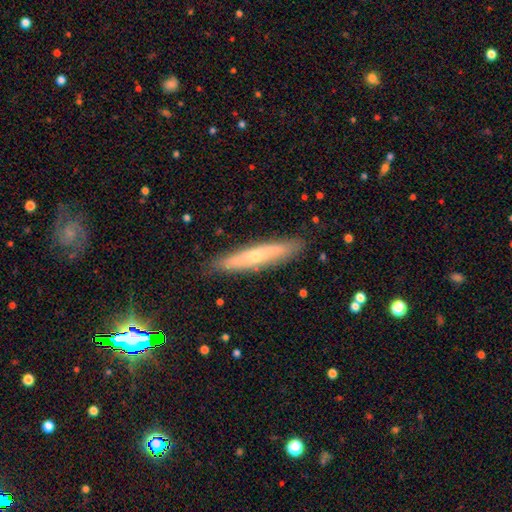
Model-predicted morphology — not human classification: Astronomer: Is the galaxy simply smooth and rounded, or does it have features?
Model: featured or disk — 49% (runner-up: smooth, 45%).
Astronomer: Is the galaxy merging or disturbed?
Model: none — 86%.